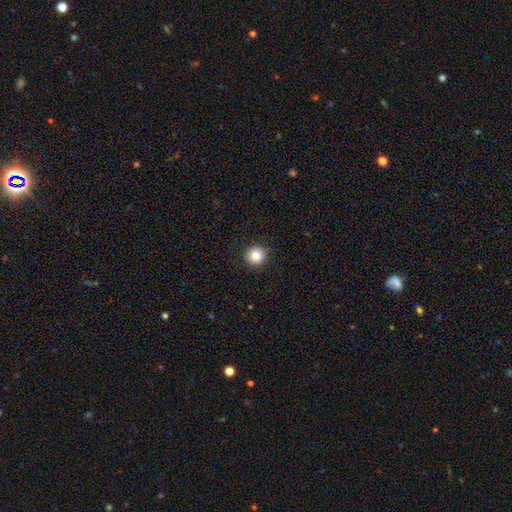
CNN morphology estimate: Smooth or featured? smooth (84%)
How rounded? round (93%)
Merging? none (92%)